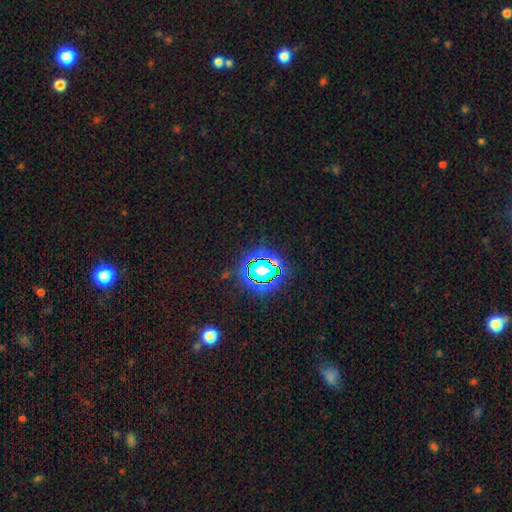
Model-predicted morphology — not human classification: Smooth or featured? star or artifact (79%)